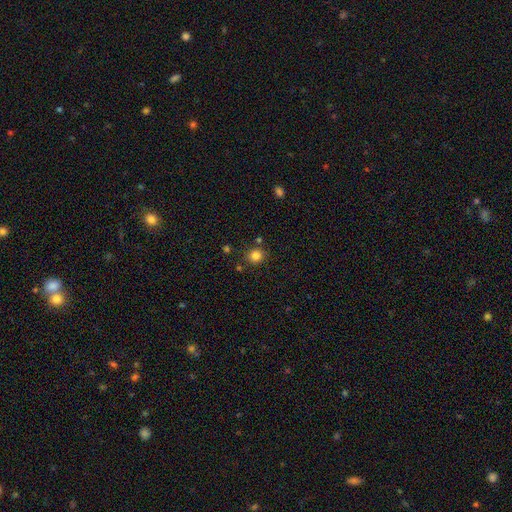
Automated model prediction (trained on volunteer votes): Smooth or featured? Predicted: smooth (p=0.83). How rounded? Predicted: round (p=0.86). Merging? Predicted: none (p=0.83).